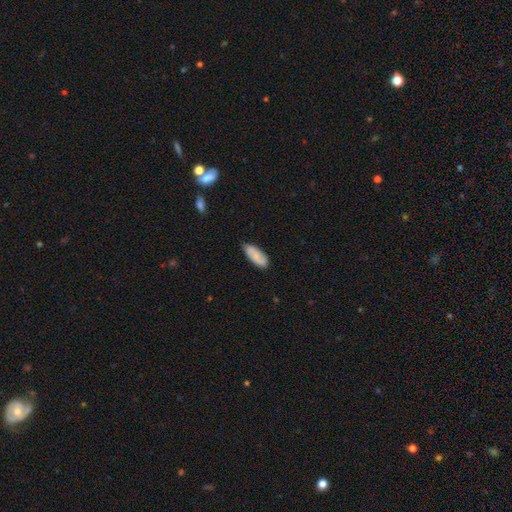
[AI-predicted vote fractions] smooth-or-featured: smooth: 73% | featured or disk: 21% | star or artifact: 6%
  how-rounded: in between: 83% | cigar-shaped: 15% | round: 2%
  merging: none: 76% | minor disturbance: 20% | major disturbance: 3% | merger: 1%